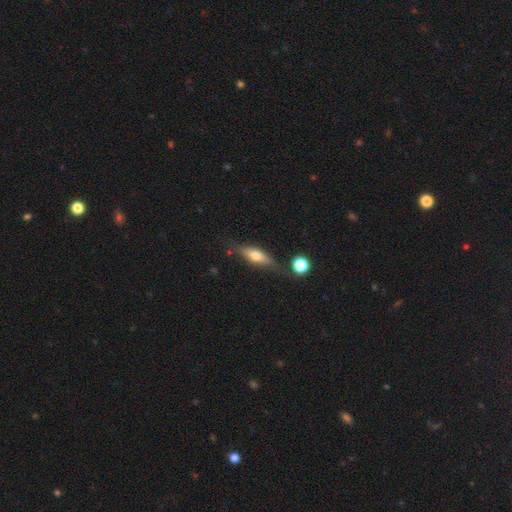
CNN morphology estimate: Smooth or featured? Predicted: featured or disk (p=0.47). Merging? Predicted: none (p=0.73).